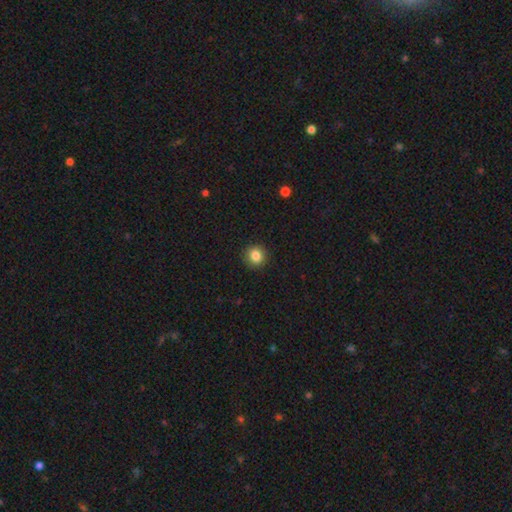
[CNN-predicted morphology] A smooth galaxy with no disk features (85%) that is round (90%). Merging: none (92%).